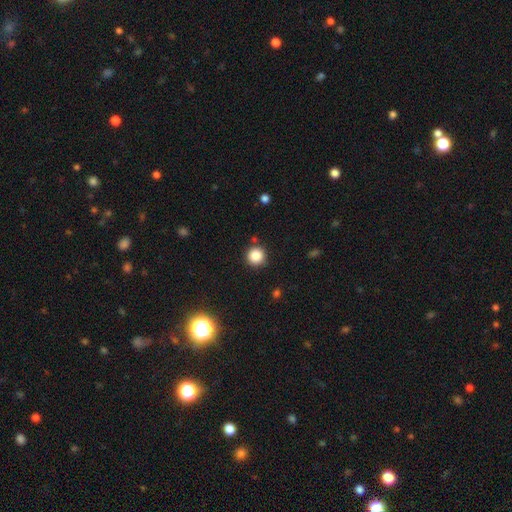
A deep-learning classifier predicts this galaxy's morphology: The model was most divided on "smooth or featured": smooth: 85%, star or artifact: 11%, featured or disk: 4%. More confident: how rounded — round (95%); merging — none (87%).